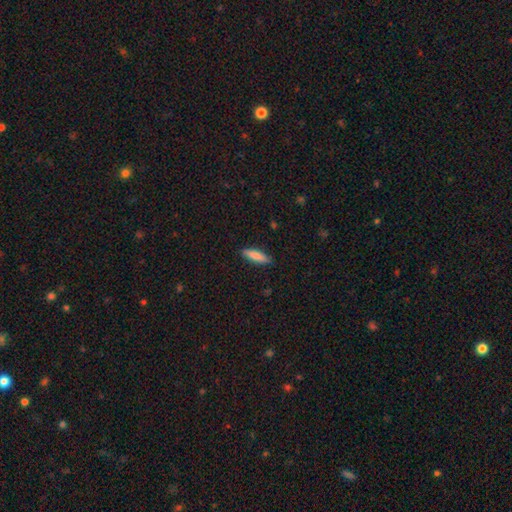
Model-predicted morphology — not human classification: This appears to be a smooth galaxy with no disk features (84%) that is cigar-shaped (69%). Merging: none (88%).